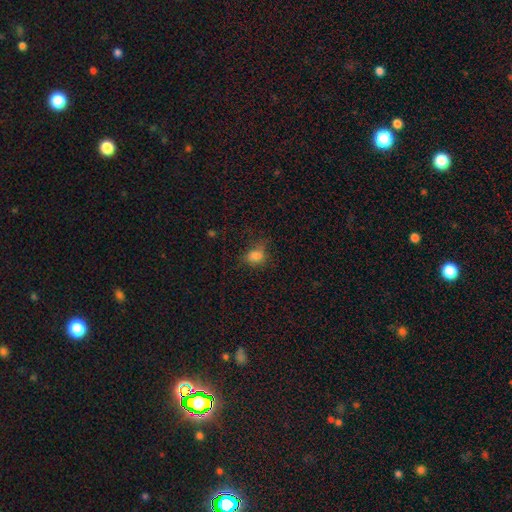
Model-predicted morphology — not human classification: The model was most divided on "how rounded": in between: 63%, round: 35%, cigar-shaped: 2%. More confident: smooth or featured — smooth (77%); merging — none (57%).